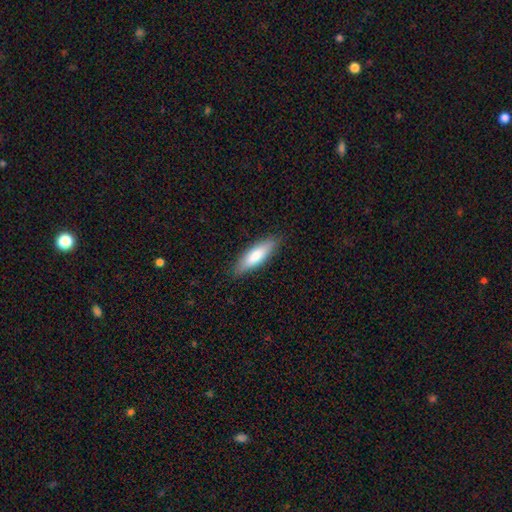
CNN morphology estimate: Q: Smooth or featured?
A: smooth (76%); runner-up: featured or disk (18%)
Q: How rounded?
A: cigar-shaped (51%); runner-up: in between (47%)
Q: Merging?
A: none (86%); runner-up: minor disturbance (11%)